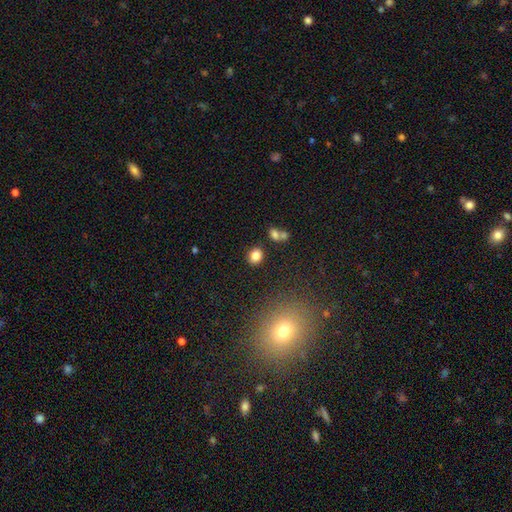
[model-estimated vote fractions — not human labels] A smooth galaxy with no disk features (82%) that is round (65%).

Vote fractions:
- Smooth or featured? smooth: 82% / star or artifact: 12% / featured or disk: 6%
- How rounded? round: 65% / in between: 34% / cigar-shaped: 1%
- Merging? none: 78% / merger: 10% / minor disturbance: 9% / major disturbance: 3%